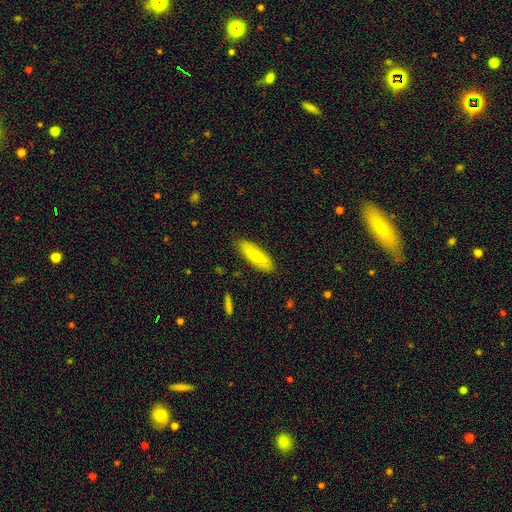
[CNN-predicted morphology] Smooth or featured? smooth (61%)
How rounded? cigar-shaped (53%)
Merging? none (85%)